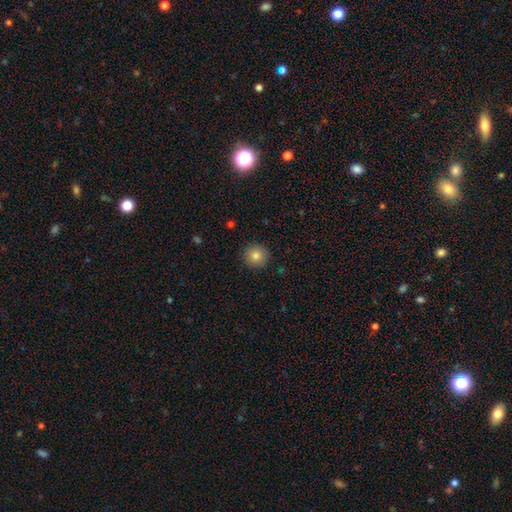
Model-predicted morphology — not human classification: Q: Smooth or featured?
A: smooth (83%); runner-up: star or artifact (11%)
Q: How rounded?
A: round (95%); runner-up: in between (5%)
Q: Merging?
A: none (92%); runner-up: minor disturbance (5%)